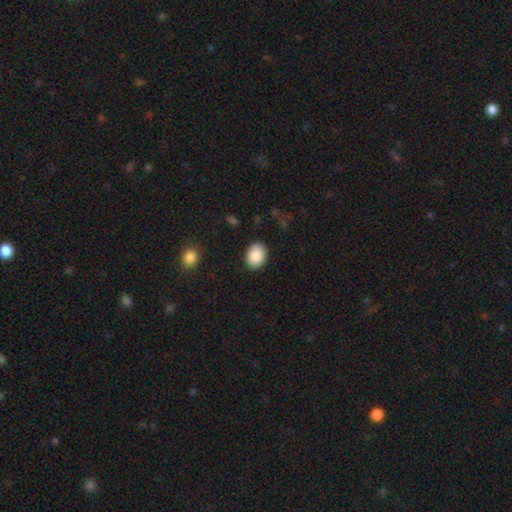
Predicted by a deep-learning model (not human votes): Smooth or featured?
  - smooth: 89% *
  - star or artifact: 7%
  - featured or disk: 4%
How rounded?
  - in between: 64% *
  - round: 35%
  - cigar-shaped: 1%
Merging?
  - none: 87% *
  - minor disturbance: 9%
  - major disturbance: 2%
  - merger: 1%